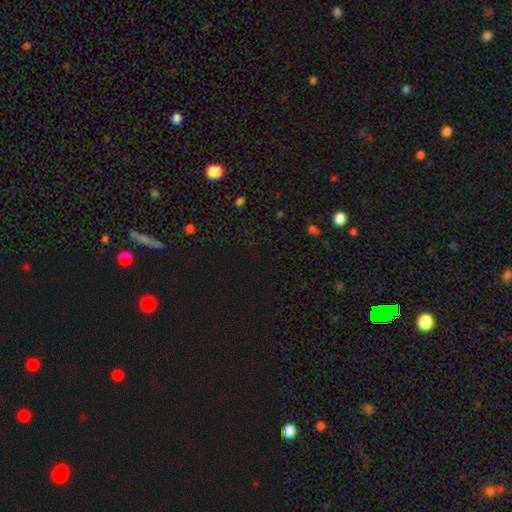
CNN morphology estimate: A star or artifact, not a galaxy (70%).